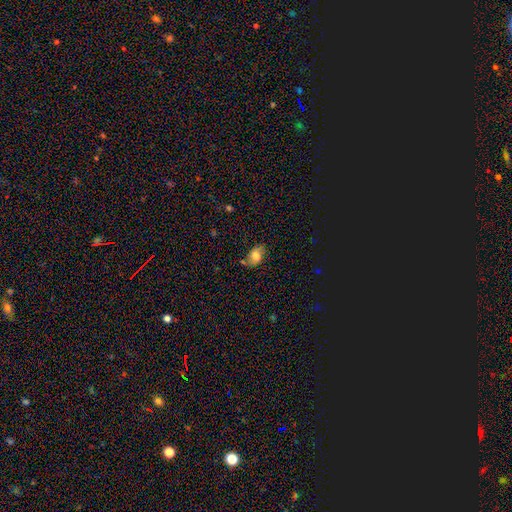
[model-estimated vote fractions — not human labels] Q: Smooth or featured?
A: smooth (71%); runner-up: featured or disk (19%)
Q: How rounded?
A: in between (80%); runner-up: round (19%)
Q: Merging?
A: none (61%); runner-up: minor disturbance (26%)